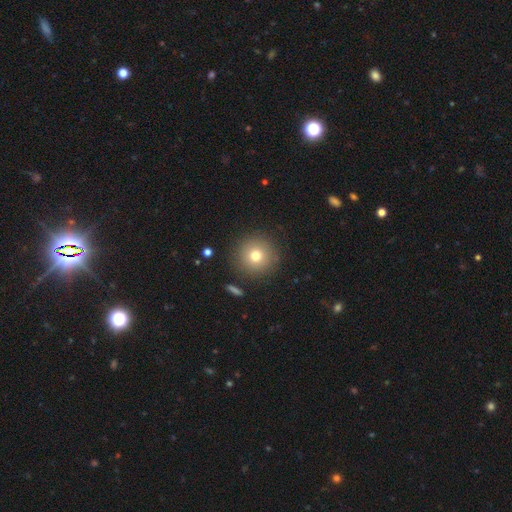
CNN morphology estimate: Smooth or featured?
  - smooth: 75% *
  - star or artifact: 13%
  - featured or disk: 12%
How rounded?
  - round: 96% *
  - in between: 3%
  - cigar-shaped: 1%
Merging?
  - none: 89% *
  - minor disturbance: 6%
  - major disturbance: 3%
  - merger: 2%